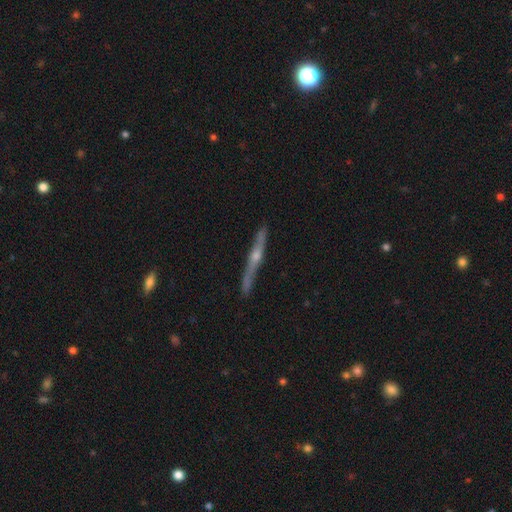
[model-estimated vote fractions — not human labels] Smooth or featured? featured or disk (74%)
Edge-on disk? yes (96%)
Edge-on bulge? rounded (84%)
Merging? none (85%)